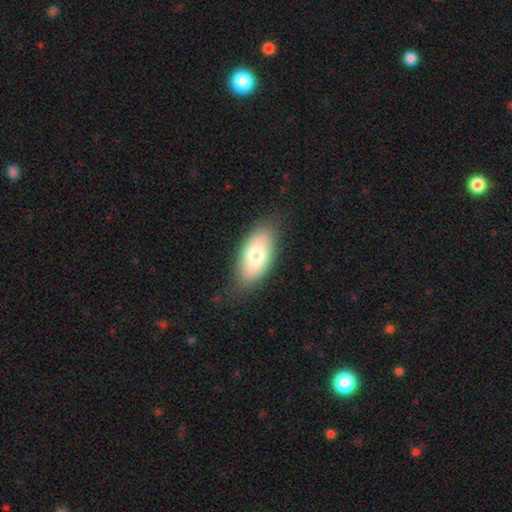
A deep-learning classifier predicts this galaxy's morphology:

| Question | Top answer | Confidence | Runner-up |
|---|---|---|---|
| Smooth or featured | smooth | 73% | featured or disk (20%) |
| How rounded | in between | 91% | cigar-shaped (5%) |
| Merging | none | 79% | minor disturbance (16%) |